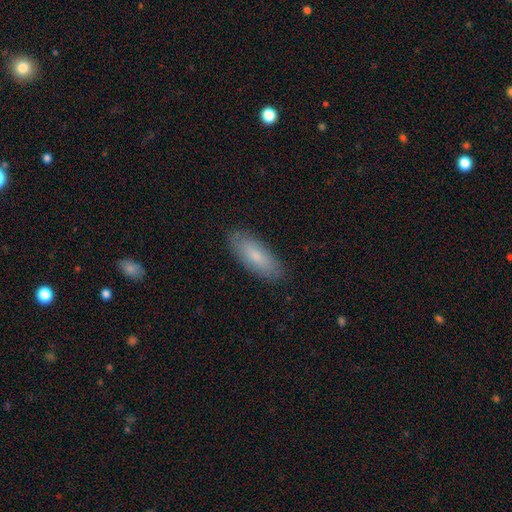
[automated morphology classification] A smooth galaxy with no disk features (75%) that is in between round and cigar-shaped (70%).

Vote fractions:
- Smooth or featured? smooth: 75% / featured or disk: 18% / star or artifact: 6%
- How rounded? in between: 70% / cigar-shaped: 28% / round: 2%
- Merging? none: 86% / minor disturbance: 10% / major disturbance: 2% / merger: 1%